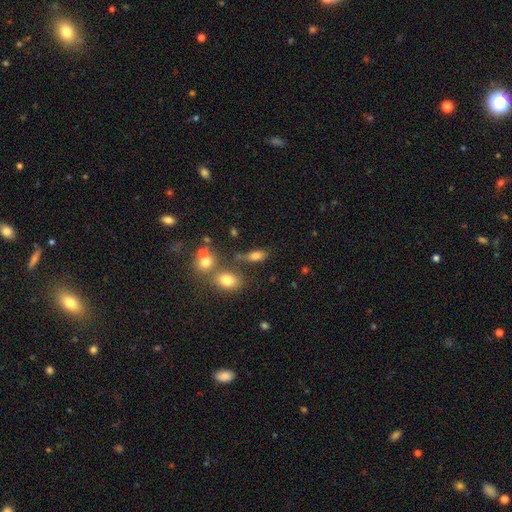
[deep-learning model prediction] A smooth galaxy with no disk features (77%) that is in between round and cigar-shaped (79%).

Vote fractions:
- Smooth or featured? smooth: 77% / star or artifact: 13% / featured or disk: 11%
- How rounded? in between: 79% / cigar-shaped: 11% / round: 9%
- Merging? none: 59% / minor disturbance: 17% / merger: 16% / major disturbance: 8%